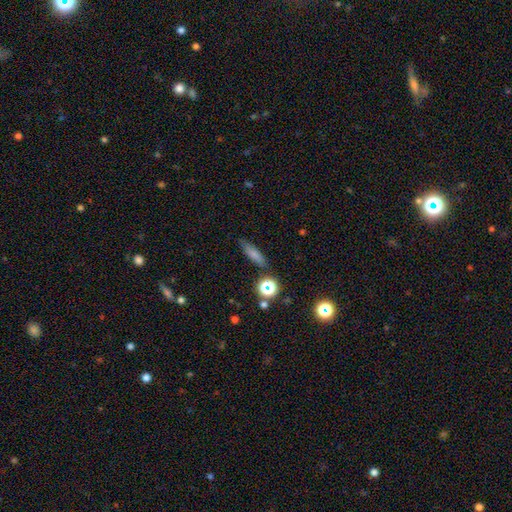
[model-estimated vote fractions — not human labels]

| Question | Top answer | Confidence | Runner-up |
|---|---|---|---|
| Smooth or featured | smooth | 70% | star or artifact (16%) |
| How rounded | cigar-shaped | 61% | in between (32%) |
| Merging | none | 80% | minor disturbance (13%) |